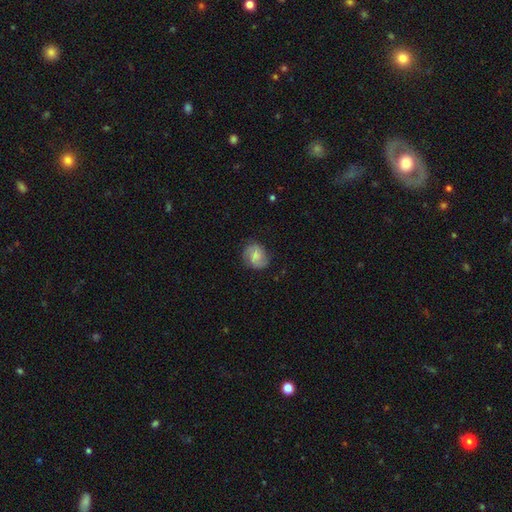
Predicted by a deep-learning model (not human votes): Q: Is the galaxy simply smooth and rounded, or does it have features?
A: featured or disk — 51%.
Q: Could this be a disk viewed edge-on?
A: no — 97%.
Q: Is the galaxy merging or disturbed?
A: none — 75%.